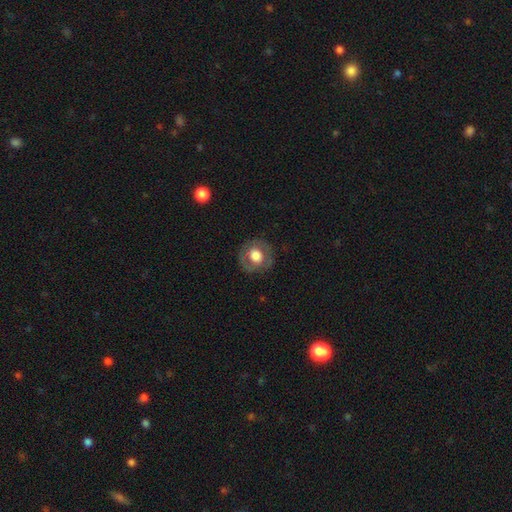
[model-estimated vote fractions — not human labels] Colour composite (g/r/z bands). It shows a smooth galaxy with no disk features (54%) that is round (87%). Merging: none (81%).